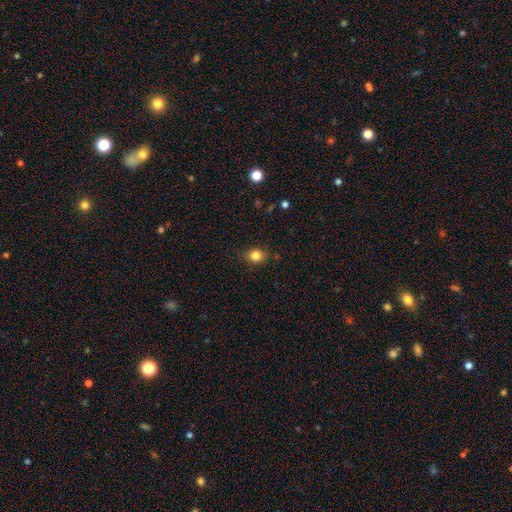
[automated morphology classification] A smooth galaxy with no disk features (83%) that is in between round and cigar-shaped (50%). Merging: none (84%).